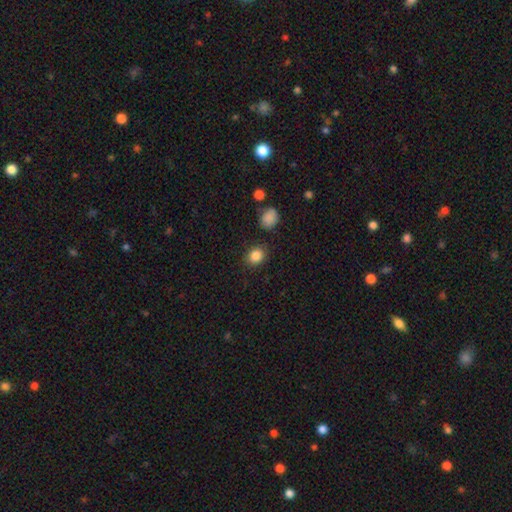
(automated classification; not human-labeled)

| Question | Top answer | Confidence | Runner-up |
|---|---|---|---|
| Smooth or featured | smooth | 86% | star or artifact (10%) |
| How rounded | round | 64% | in between (35%) |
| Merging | none | 85% | minor disturbance (9%) |